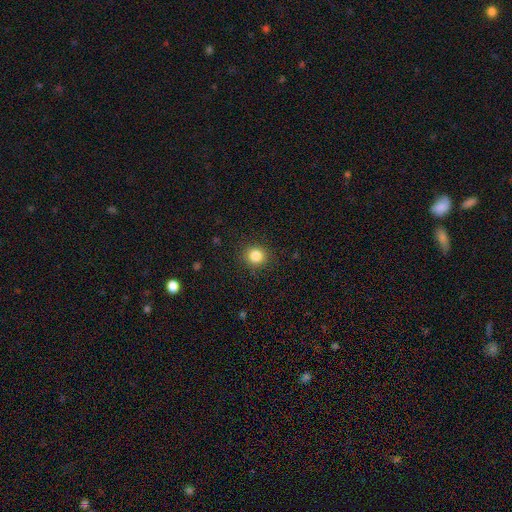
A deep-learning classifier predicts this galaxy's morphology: This is clearly a smooth galaxy (84%). How rounded: clearly round (88%). Merging: clearly none (89%).